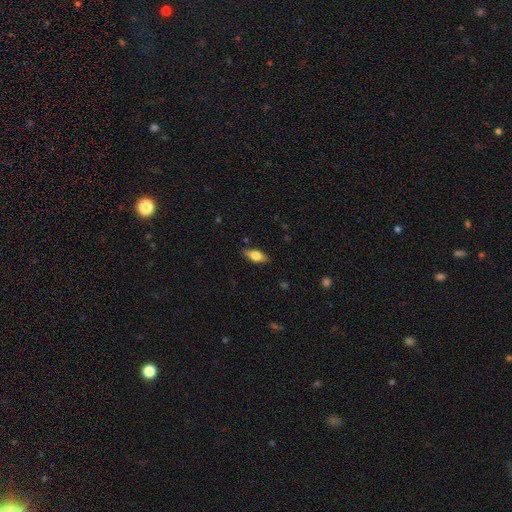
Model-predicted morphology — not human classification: A smooth galaxy with no disk features (69%) that is in between round and cigar-shaped (76%).

Vote fractions:
- Smooth or featured? smooth: 69% / featured or disk: 24% / star or artifact: 7%
- How rounded? in between: 76% / cigar-shaped: 22% / round: 3%
- Merging? none: 85% / minor disturbance: 11% / major disturbance: 2% / merger: 1%